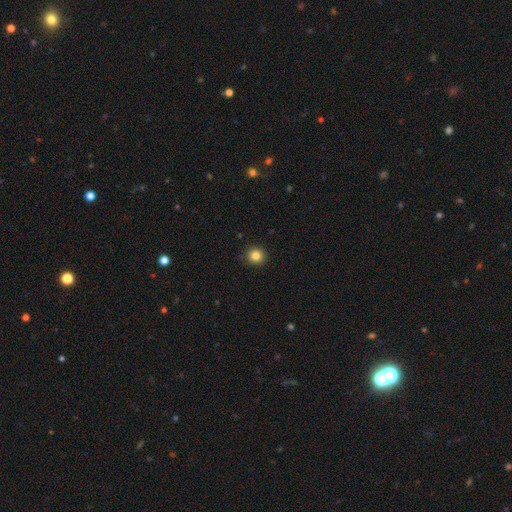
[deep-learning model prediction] A smooth galaxy with no disk features (84%) that is round (94%). Merging: none (92%).